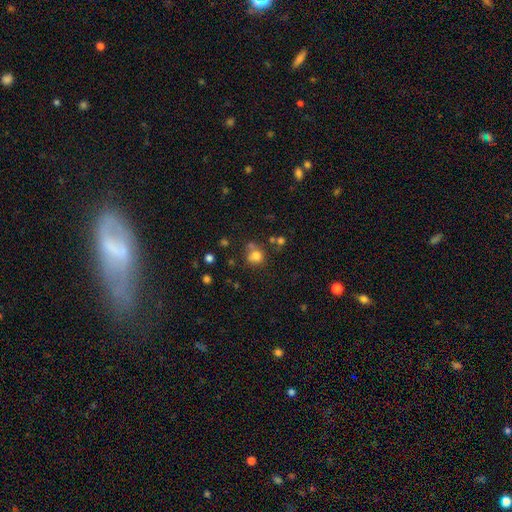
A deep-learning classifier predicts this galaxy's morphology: Smooth or featured?
  - smooth: 78% *
  - star or artifact: 13%
  - featured or disk: 9%
How rounded?
  - round: 83% *
  - in between: 17%
  - cigar-shaped: 1%
Merging?
  - none: 59% *
  - merger: 19%
  - minor disturbance: 15%
  - major disturbance: 6%